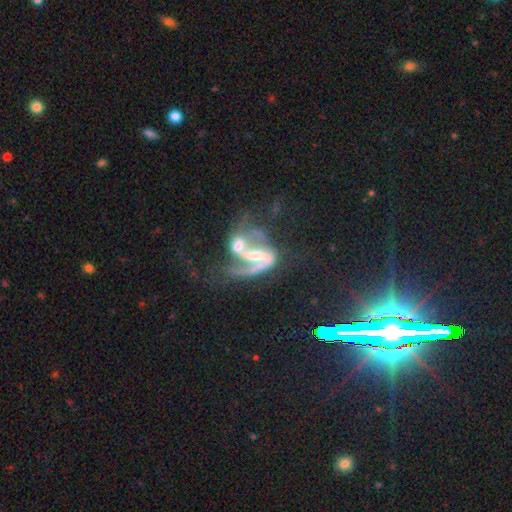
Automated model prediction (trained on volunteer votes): featured or disk 80%, smooth 11%, star or artifact 9%. Down the decision tree: edge-on disk — no (97%); bar — weak (38%); spiral arms — yes (85%); spiral arm count — 2 (57%); spiral winding — loose (49%); bulge size — moderate (47%); merging — merger (59%).